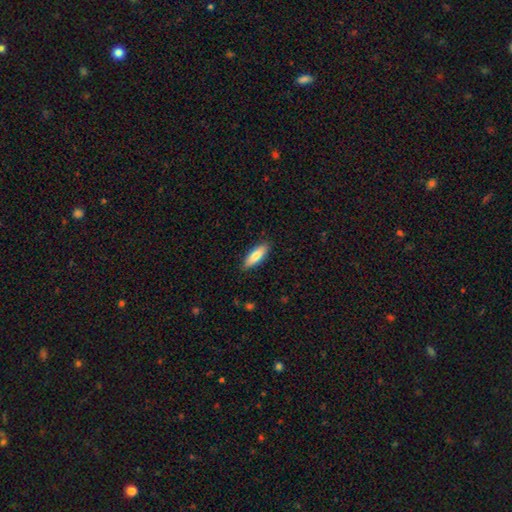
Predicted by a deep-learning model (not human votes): Q: Smooth or featured?
A: smooth (79%); runner-up: featured or disk (15%)
Q: How rounded?
A: in between (60%); runner-up: cigar-shaped (39%)
Q: Merging?
A: none (87%); runner-up: minor disturbance (10%)